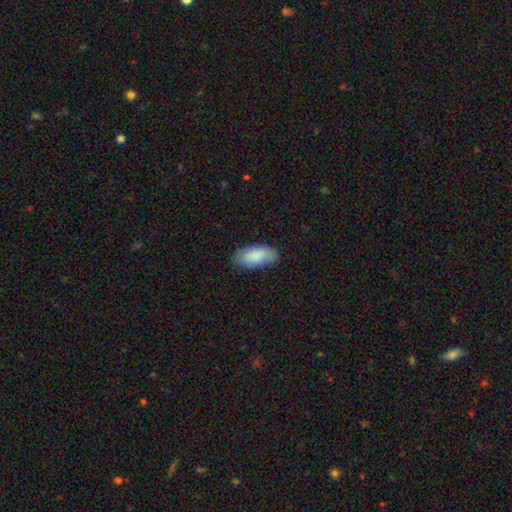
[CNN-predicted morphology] smooth-or-featured: smooth: 86% | featured or disk: 8% | star or artifact: 6%
  how-rounded: in between: 91% | cigar-shaped: 7% | round: 2%
  merging: none: 77% | minor disturbance: 18% | major disturbance: 4% | merger: 1%